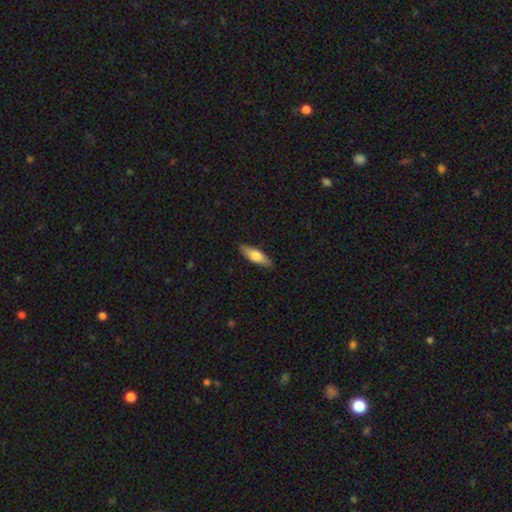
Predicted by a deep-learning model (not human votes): A smooth galaxy with no disk features (66%) that is in between round and cigar-shaped (52%).

Vote fractions:
- Smooth or featured? smooth: 66% / featured or disk: 29% / star or artifact: 6%
- How rounded? in between: 52% / cigar-shaped: 46% / round: 2%
- Merging? none: 87% / minor disturbance: 10% / major disturbance: 2% / merger: 1%